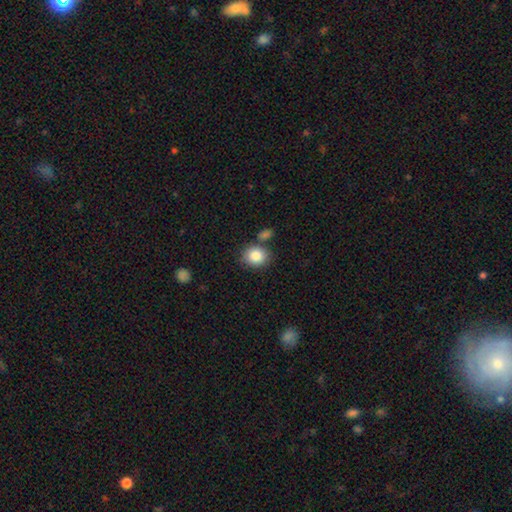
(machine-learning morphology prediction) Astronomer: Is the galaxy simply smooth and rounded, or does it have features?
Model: smooth — 86%.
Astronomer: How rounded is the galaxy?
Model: round — 67%.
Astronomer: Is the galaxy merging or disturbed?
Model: none — 71%.